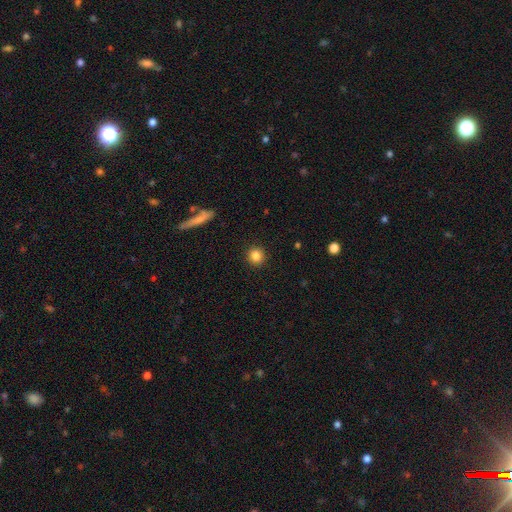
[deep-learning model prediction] smooth_or_featured: smooth (p=0.85) [alt: star or artifact p=0.10]
how_rounded: round (p=0.93) [alt: in between p=0.06]
merging: none (p=0.92) [alt: minor disturbance p=0.05]